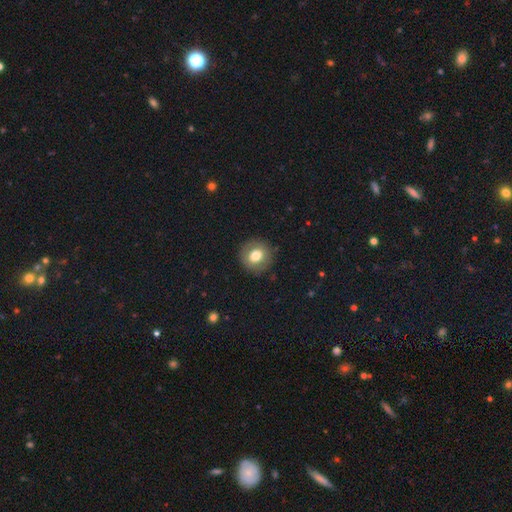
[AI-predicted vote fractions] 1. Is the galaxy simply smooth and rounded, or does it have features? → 72% smooth, 19% featured or disk, 9% star or artifact.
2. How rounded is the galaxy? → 88% round, 11% in between, 1% cigar-shaped.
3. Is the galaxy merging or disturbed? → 89% none, 8% minor disturbance, 3% major disturbance, 1% merger.